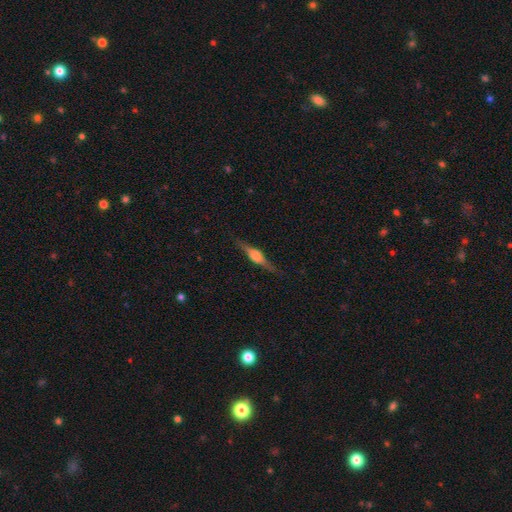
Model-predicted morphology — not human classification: A featured or disk galaxy (75%) viewed edge-on (97%) with a rounded central bulge (87%).

Vote fractions:
- Smooth or featured? featured or disk: 75% / smooth: 19% / star or artifact: 7%
- Edge-on disk? yes: 97% / no: 3%
- Edge-on bulge? rounded: 87% / boxy: 11% / none: 2%
- Merging? none: 87% / minor disturbance: 9% / major disturbance: 2% / merger: 1%